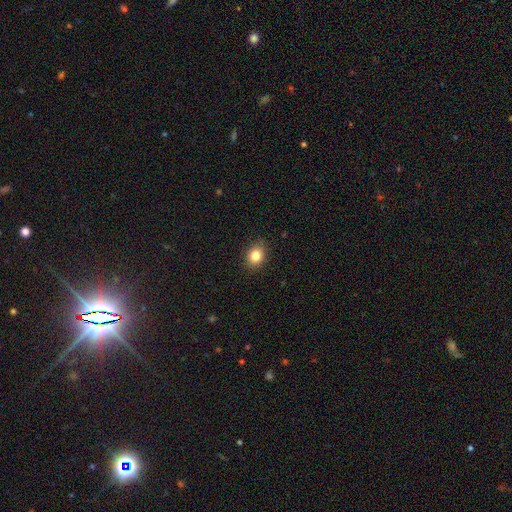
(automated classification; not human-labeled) Smooth or featured?
  - smooth: 83% *
  - star or artifact: 10%
  - featured or disk: 7%
How rounded?
  - round: 50% *
  - in between: 49%
  - cigar-shaped: 1%
Merging?
  - none: 86% *
  - minor disturbance: 10%
  - major disturbance: 2%
  - merger: 1%